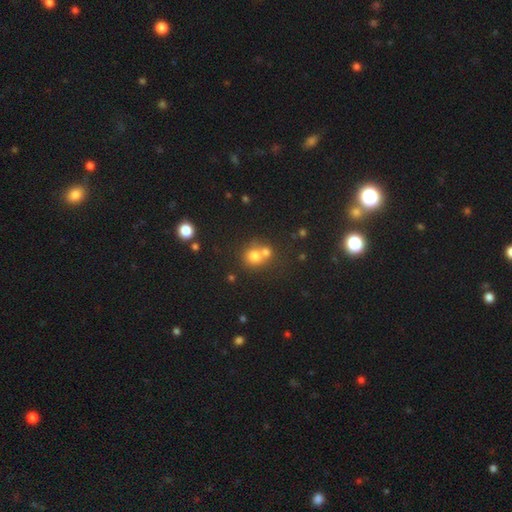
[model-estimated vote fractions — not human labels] This is likely a smooth galaxy (70%). How rounded: clearly round (81%). Merging: possibly merger (46%).